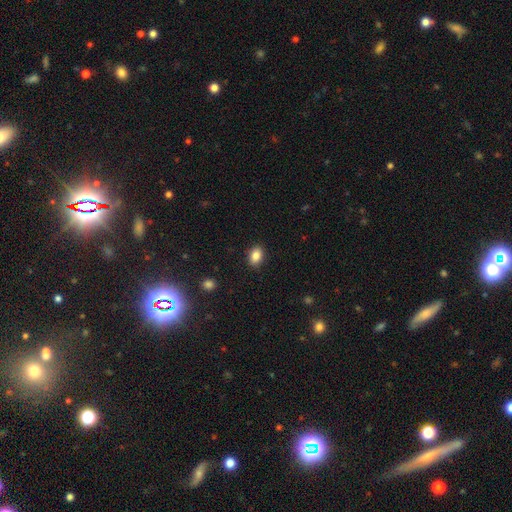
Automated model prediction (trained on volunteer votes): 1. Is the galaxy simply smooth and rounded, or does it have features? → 86% smooth, 9% star or artifact, 5% featured or disk.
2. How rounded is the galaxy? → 79% in between, 20% round, 1% cigar-shaped.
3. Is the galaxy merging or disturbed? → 89% none, 8% minor disturbance, 2% major disturbance, 1% merger.